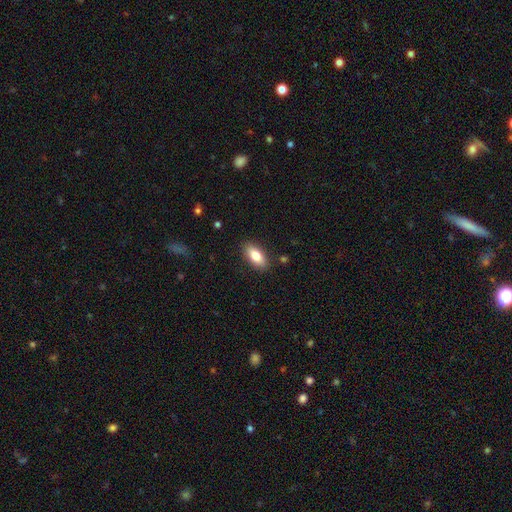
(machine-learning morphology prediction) Smooth or featured? Predicted: smooth (p=0.81). How rounded? Predicted: in between (p=0.88). Merging? Predicted: none (p=0.88).